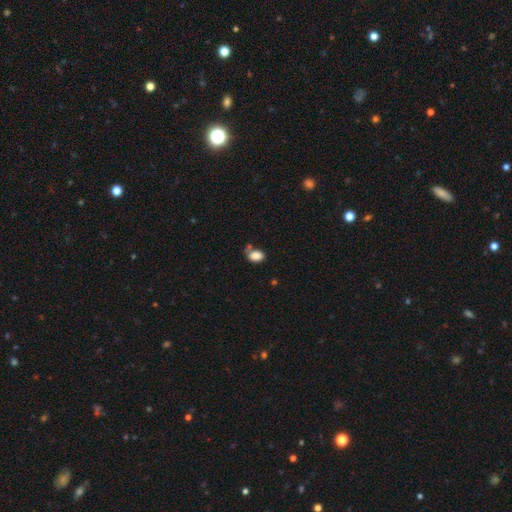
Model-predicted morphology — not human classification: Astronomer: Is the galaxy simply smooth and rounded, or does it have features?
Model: smooth — 85%.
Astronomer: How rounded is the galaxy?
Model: in between — 82%.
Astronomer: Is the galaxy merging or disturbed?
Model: none — 50%.